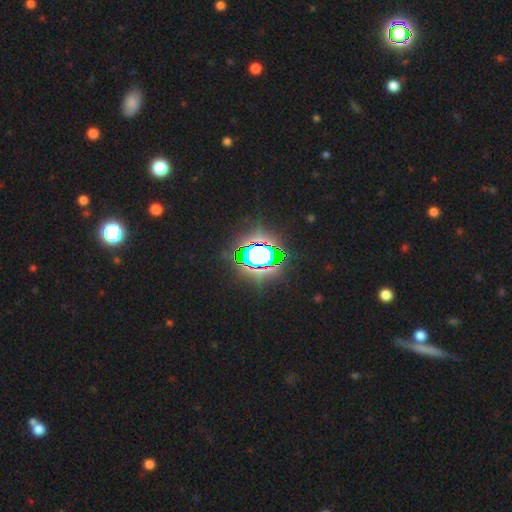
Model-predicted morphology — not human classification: Q: Smooth or featured?
A: star or artifact (72%); runner-up: smooth (15%)